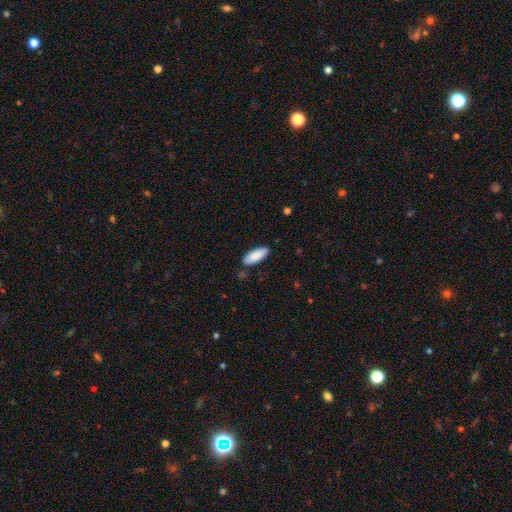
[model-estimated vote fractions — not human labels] A smooth galaxy with no disk features (88%) that is in between round and cigar-shaped (73%).

Vote fractions:
- Smooth or featured? smooth: 88% / featured or disk: 6% / star or artifact: 6%
- How rounded? in between: 73% / cigar-shaped: 25% / round: 2%
- Merging? none: 85% / minor disturbance: 11% / major disturbance: 2% / merger: 2%